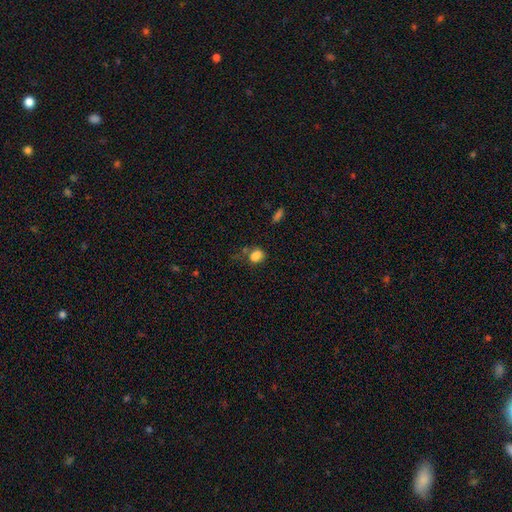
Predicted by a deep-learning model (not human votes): Overall: smooth (82%). How rounded: in between (54%; round 45%). Merging: none (53%; minor disturbance 23%).